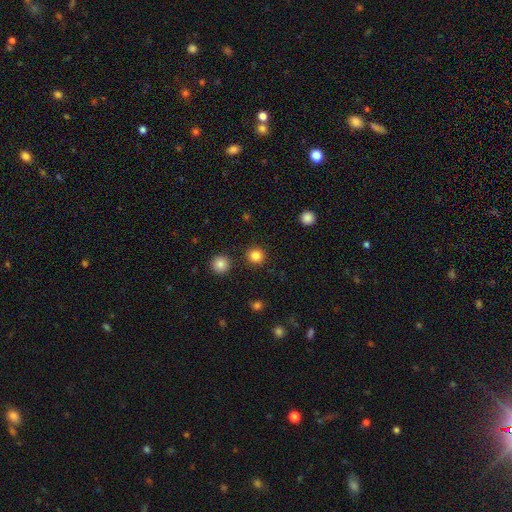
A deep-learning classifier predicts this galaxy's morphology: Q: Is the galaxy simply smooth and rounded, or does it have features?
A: smooth — 84%.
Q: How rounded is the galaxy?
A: round — 94%.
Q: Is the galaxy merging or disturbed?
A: none — 90%.